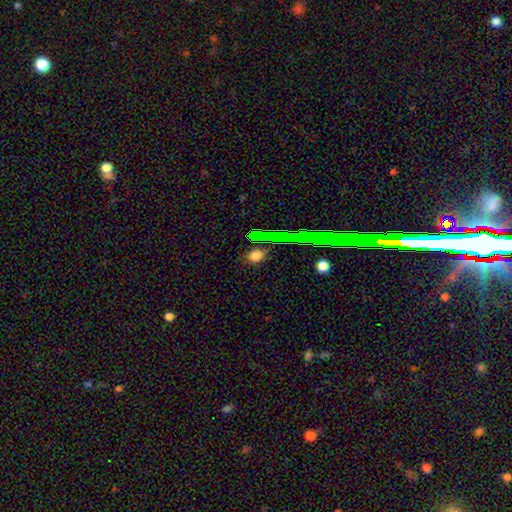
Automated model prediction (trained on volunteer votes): Q: Smooth or featured?
A: smooth (72%); runner-up: star or artifact (20%)
Q: How rounded?
A: round (63%); runner-up: in between (33%)
Q: Merging?
A: none (81%); runner-up: minor disturbance (12%)